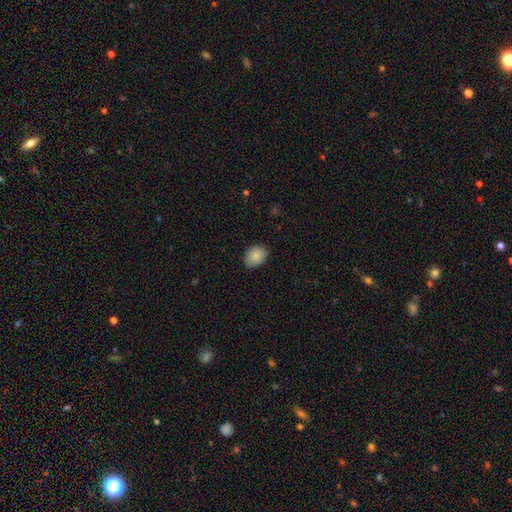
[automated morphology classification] This appears to be a smooth galaxy with no disk features (87%) that is in between round and cigar-shaped (71%). Merging: none (84%).